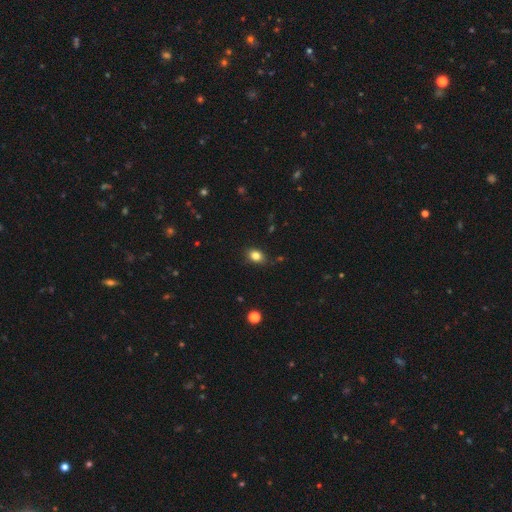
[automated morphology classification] smooth-or-featured: smooth: 83% | star or artifact: 11% | featured or disk: 6%
  how-rounded: in between: 65% | round: 34% | cigar-shaped: 1%
  merging: none: 81% | minor disturbance: 15% | major disturbance: 3% | merger: 2%